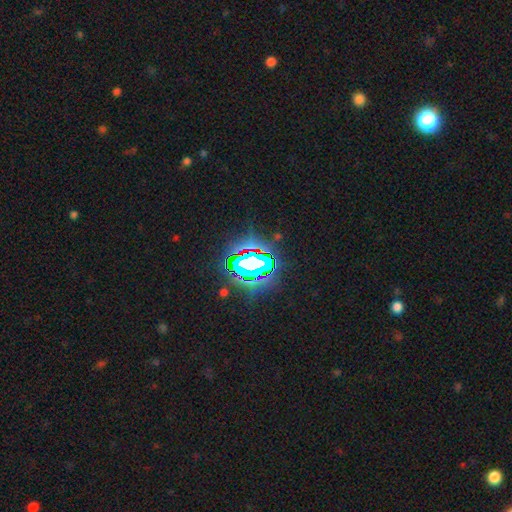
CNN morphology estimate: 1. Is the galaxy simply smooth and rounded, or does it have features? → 78% star or artifact, 12% smooth, 10% featured or disk.